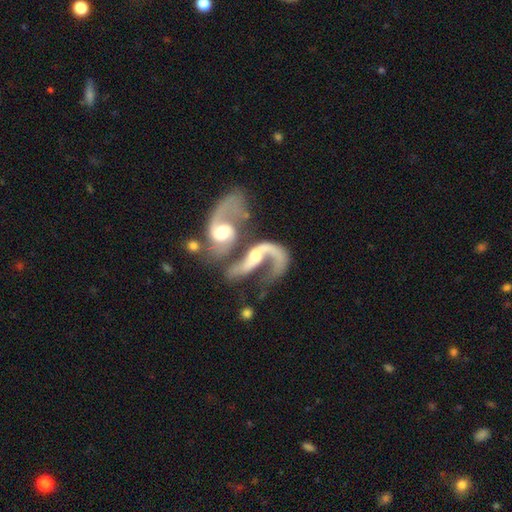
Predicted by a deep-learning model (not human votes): Q: Smooth or featured?
A: featured or disk (82%); runner-up: smooth (12%)
Q: Edge-on disk?
A: no (95%); runner-up: yes (5%)
Q: Bar?
A: no (49%); runner-up: weak (35%)
Q: Spiral arms?
A: yes (91%); runner-up: no (9%)
Q: Spiral winding?
A: loose (73%); runner-up: medium (22%)
Q: Spiral arm count?
A: 2 (60%); runner-up: 1 (30%)
Q: Bulge size?
A: moderate (64%); runner-up: small (19%)
Q: Merging?
A: merger (70%); runner-up: major disturbance (13%)